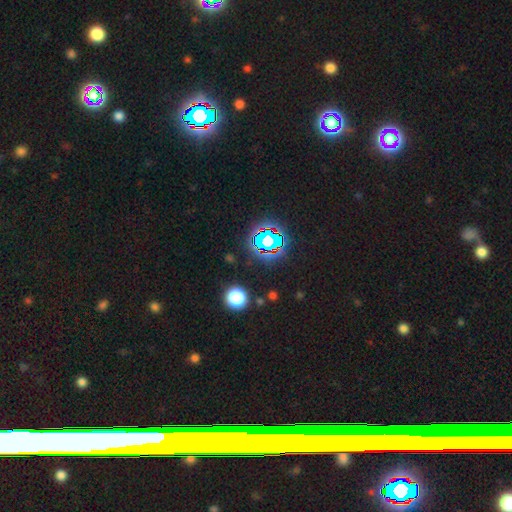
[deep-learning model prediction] star or artifact 67%, smooth 18%, featured or disk 15%.